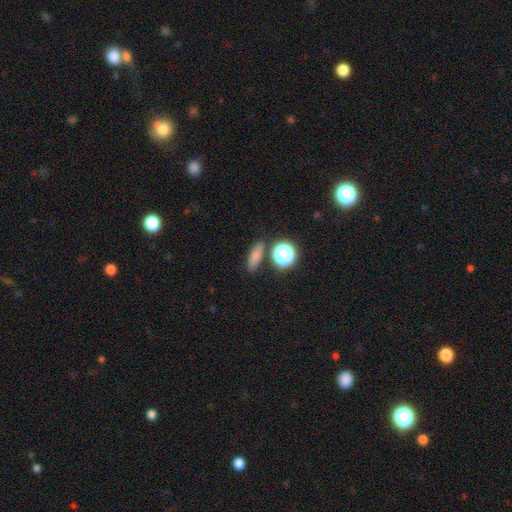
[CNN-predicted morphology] smooth-or-featured: smooth: 75% | star or artifact: 15% | featured or disk: 10%
  how-rounded: in between: 47% | cigar-shaped: 30% | round: 24%
  merging: none: 78% | minor disturbance: 11% | merger: 7% | major disturbance: 4%